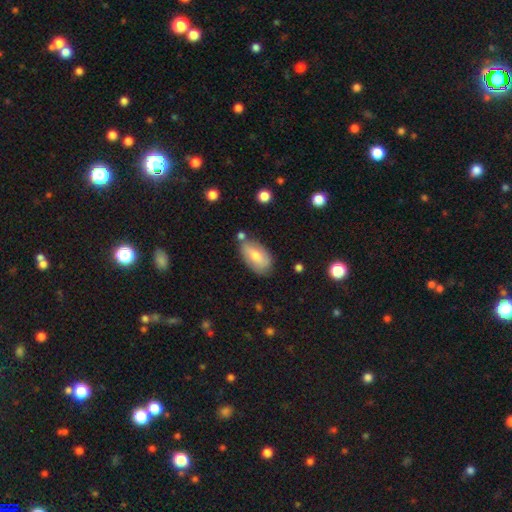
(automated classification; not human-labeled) smooth 60%, featured or disk 32%, star or artifact 7%. Down the decision tree: how rounded — in between (92%); merging — none (72%).